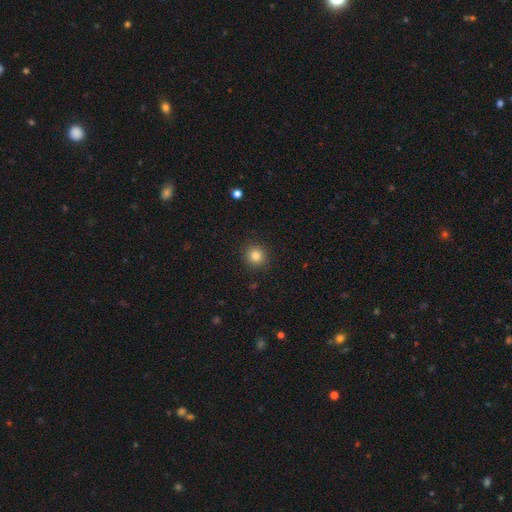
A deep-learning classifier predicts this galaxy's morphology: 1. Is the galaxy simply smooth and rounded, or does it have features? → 83% smooth, 12% star or artifact, 6% featured or disk.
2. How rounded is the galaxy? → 91% round, 8% in between, 1% cigar-shaped.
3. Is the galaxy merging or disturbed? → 91% none, 6% minor disturbance, 2% major disturbance, 1% merger.